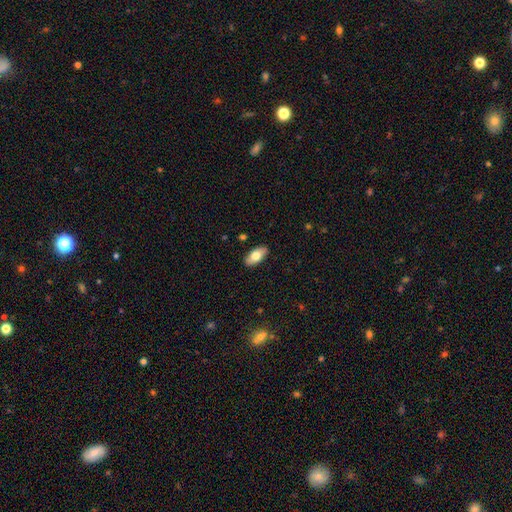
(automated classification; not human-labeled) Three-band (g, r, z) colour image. It shows a smooth galaxy with no disk features (74%) that is in between round and cigar-shaped (92%). Merging: none (89%).